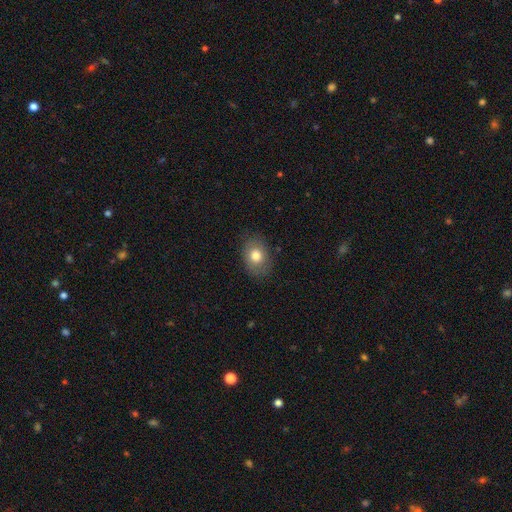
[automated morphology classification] Smooth or featured: smooth — 77% (featured or disk — 14%)
How rounded: in between — 66% (round — 33%)
Merging: none — 82% (minor disturbance — 13%)